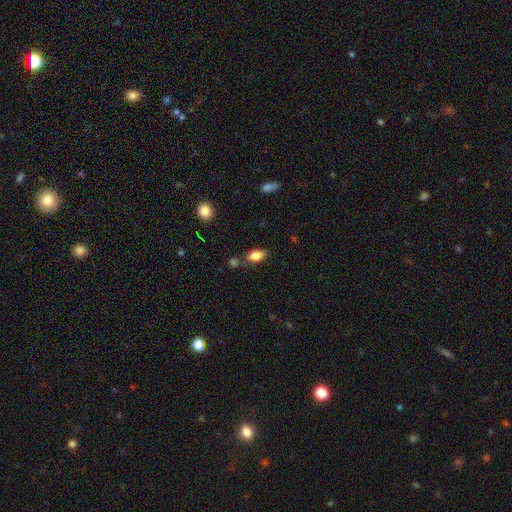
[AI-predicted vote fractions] smooth 82%, featured or disk 10%, star or artifact 8%. Down the decision tree: how rounded — in between (88%); merging — none (71%).